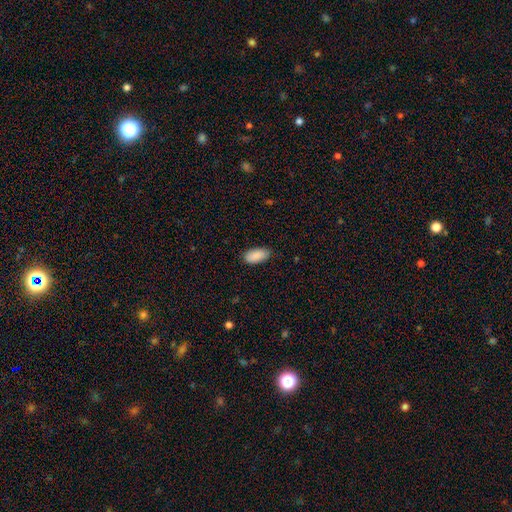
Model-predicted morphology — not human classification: This is clearly a smooth galaxy (90%). How rounded: clearly in between (93%). Merging: clearly none (82%).